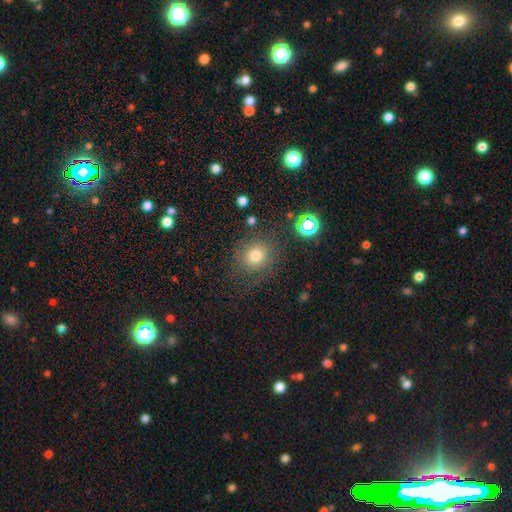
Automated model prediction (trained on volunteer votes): Smooth or featured?
  - smooth: 73% *
  - star or artifact: 17%
  - featured or disk: 10%
How rounded?
  - round: 84% *
  - in between: 15%
  - cigar-shaped: 1%
Merging?
  - none: 78% *
  - minor disturbance: 12%
  - major disturbance: 6%
  - merger: 3%